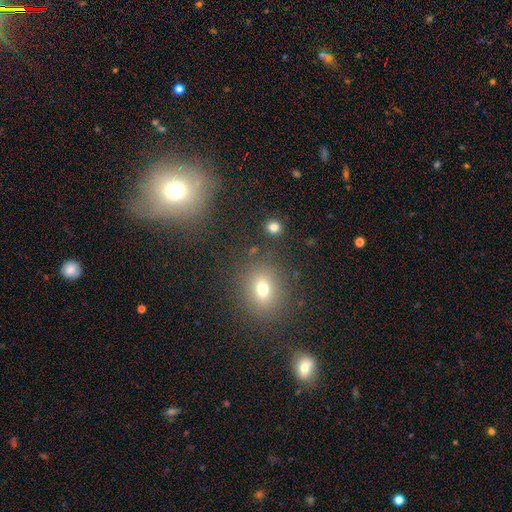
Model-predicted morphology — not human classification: This appears to be a smooth galaxy with no disk features (52%) that is round (74%). Merging: none (82%).